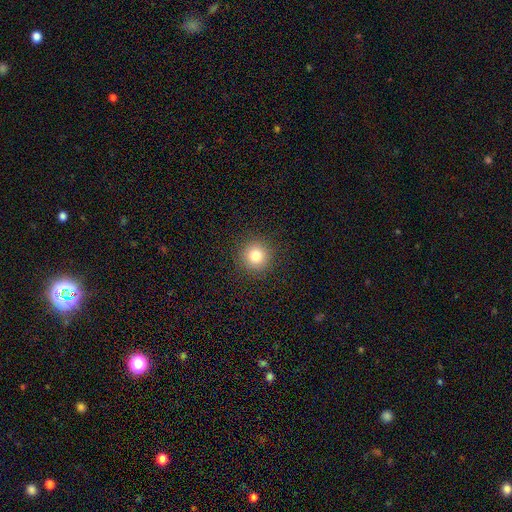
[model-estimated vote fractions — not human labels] Smooth or featured? Predicted: smooth (p=0.82). How rounded? Predicted: round (p=0.95). Merging? Predicted: none (p=0.91).